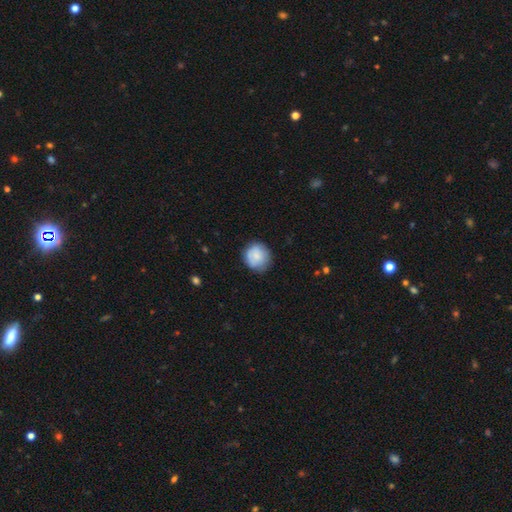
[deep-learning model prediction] This is clearly a smooth galaxy (81%). How rounded: clearly round (90%). Merging: likely none (79%).